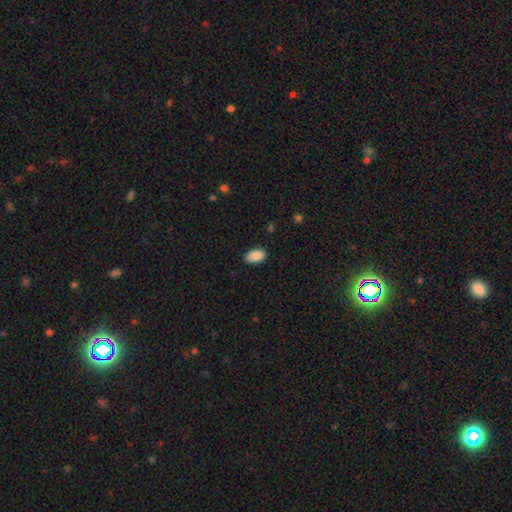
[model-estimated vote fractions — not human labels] This is clearly a smooth galaxy (89%). How rounded: clearly in between (94%). Merging: clearly none (82%).